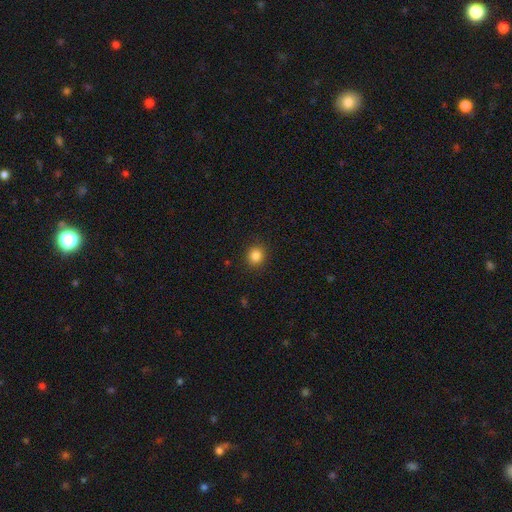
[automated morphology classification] This appears to be a smooth galaxy with no disk features (84%) that is round (82%). Merging: none (90%).